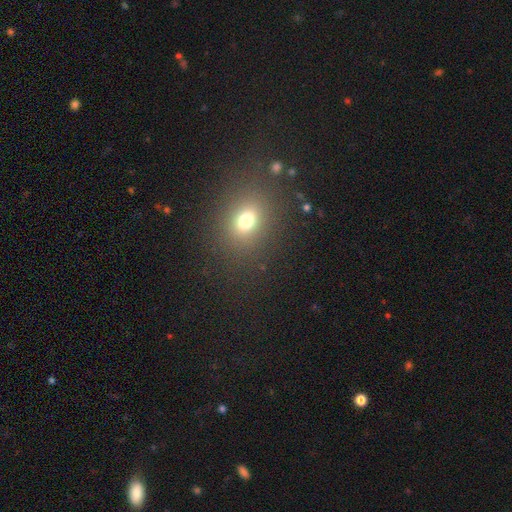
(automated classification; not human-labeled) Q: Smooth or featured?
A: smooth (62%); runner-up: star or artifact (29%)
Q: How rounded?
A: round (54%); runner-up: in between (44%)
Q: Merging?
A: none (86%); runner-up: minor disturbance (9%)